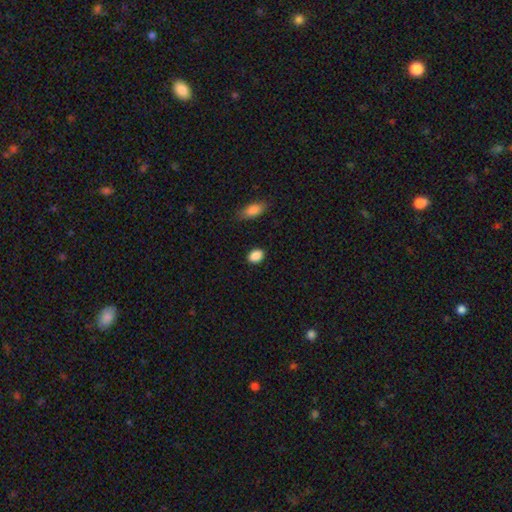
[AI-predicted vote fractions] Smooth or featured: smooth — 89% (star or artifact — 8%)
How rounded: in between — 70% (round — 28%)
Merging: none — 87% (minor disturbance — 9%)